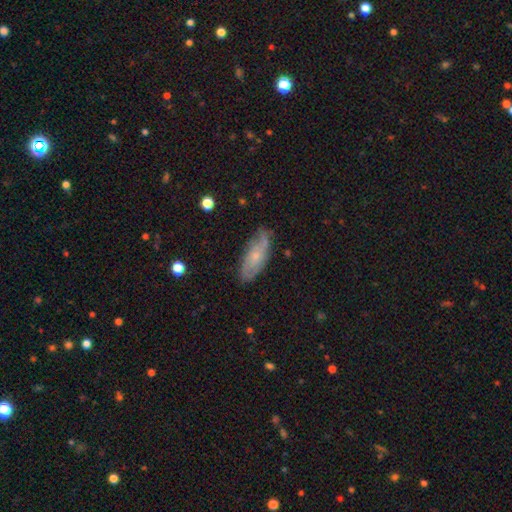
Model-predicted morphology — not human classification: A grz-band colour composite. It shows a featured or disk galaxy (50%). Merging: none (72%).